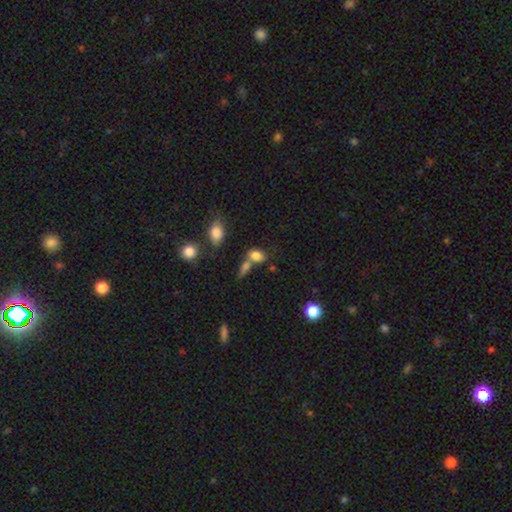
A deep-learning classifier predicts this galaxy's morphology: Smooth or featured? smooth (79%)
How rounded? in between (80%)
Merging? merger (40%, tied with none)